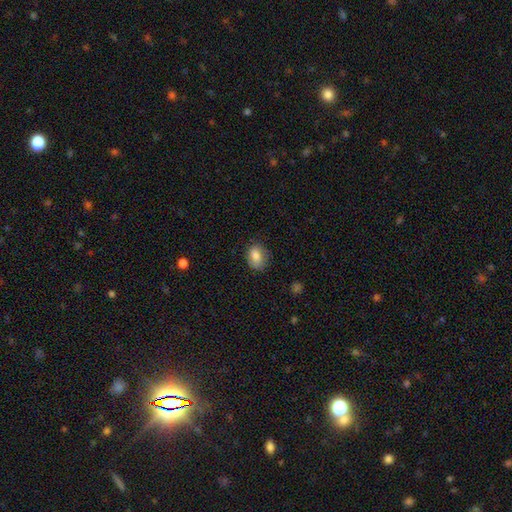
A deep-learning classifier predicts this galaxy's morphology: A smooth galaxy with no disk features (82%) that is in between round and cigar-shaped (65%).

Vote fractions:
- Smooth or featured? smooth: 82% / featured or disk: 10% / star or artifact: 8%
- How rounded? in between: 65% / round: 33% / cigar-shaped: 1%
- Merging? none: 75% / minor disturbance: 19% / major disturbance: 5% / merger: 1%